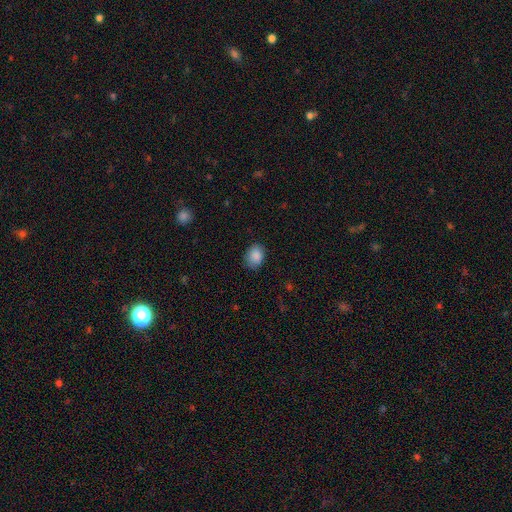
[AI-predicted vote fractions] Q: Smooth or featured?
A: smooth (88%); runner-up: star or artifact (8%)
Q: How rounded?
A: in between (62%); runner-up: round (37%)
Q: Merging?
A: none (80%); runner-up: minor disturbance (16%)